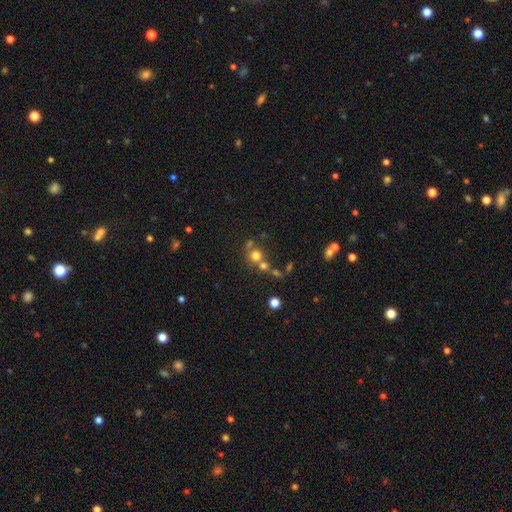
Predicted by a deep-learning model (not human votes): smooth-or-featured: smooth: 68% | star or artifact: 18% | featured or disk: 14%
  how-rounded: round: 89% | in between: 10% | cigar-shaped: 1%
  merging: none: 51% | merger: 36% | minor disturbance: 8% | major disturbance: 5%